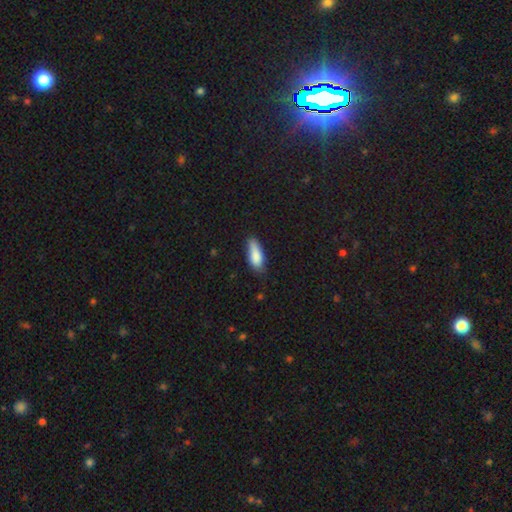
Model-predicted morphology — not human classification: smooth-or-featured: smooth: 85% | featured or disk: 8% | star or artifact: 7%
  how-rounded: in between: 69% | cigar-shaped: 29% | round: 2%
  merging: none: 66% | minor disturbance: 28% | major disturbance: 5% | merger: 2%